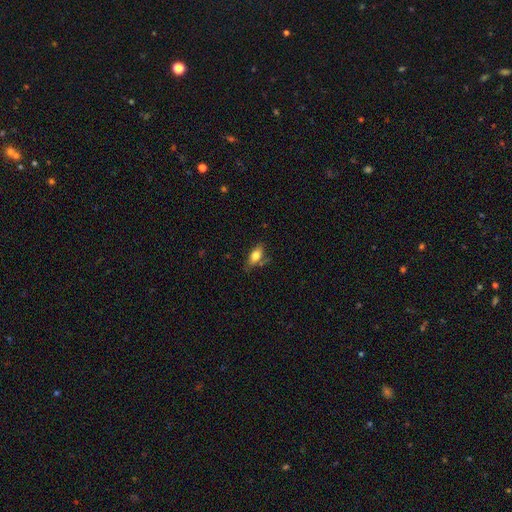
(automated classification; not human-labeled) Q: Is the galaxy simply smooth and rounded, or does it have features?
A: smooth — 72%.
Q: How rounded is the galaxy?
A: in between — 81%.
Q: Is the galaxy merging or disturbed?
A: none — 62%.